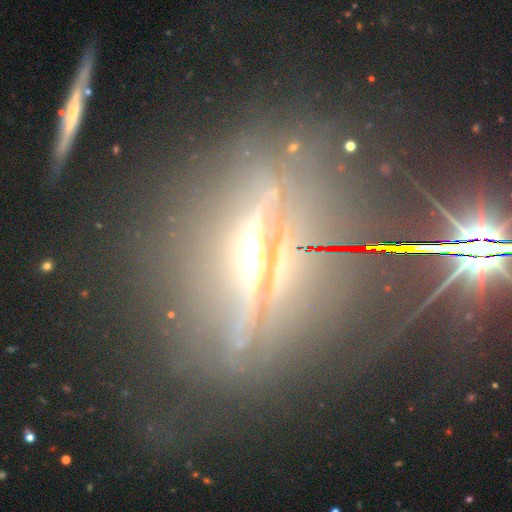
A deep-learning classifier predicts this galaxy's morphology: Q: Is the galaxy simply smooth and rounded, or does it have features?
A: featured or disk — 73%.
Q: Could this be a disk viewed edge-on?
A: yes — 79%.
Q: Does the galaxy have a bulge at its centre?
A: rounded — 78%.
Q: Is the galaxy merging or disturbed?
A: none — 70%.